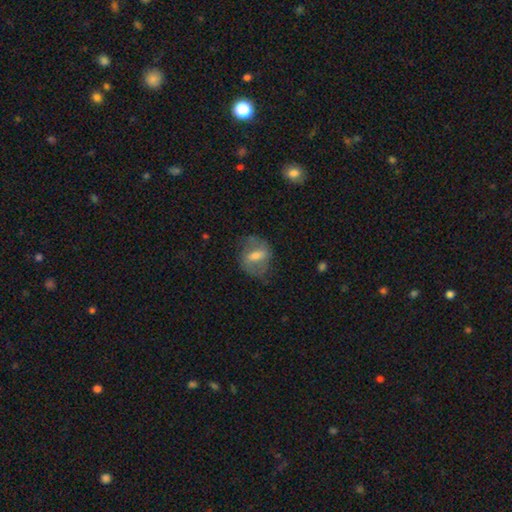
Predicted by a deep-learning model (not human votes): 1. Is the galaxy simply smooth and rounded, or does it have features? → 55% featured or disk, 37% smooth, 8% star or artifact.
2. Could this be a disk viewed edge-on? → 93% no, 7% yes.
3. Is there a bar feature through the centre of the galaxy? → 44% strong, 41% weak, 15% no.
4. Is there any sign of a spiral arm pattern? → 67% yes, 33% no.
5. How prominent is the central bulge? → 51% moderate, 28% small, 11% large, 8% none, 1% dominant.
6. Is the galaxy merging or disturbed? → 66% none, 21% minor disturbance, 11% major disturbance, 2% merger.